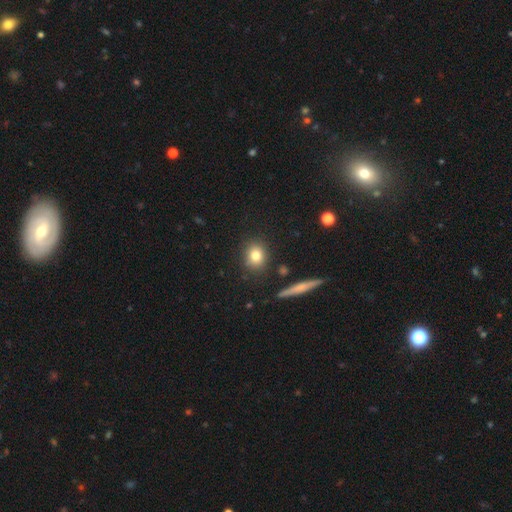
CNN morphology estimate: The model was most divided on "how rounded": round: 68%, in between: 29%, cigar-shaped: 3%. More confident: merging — none (85%); smooth or featured — smooth (80%).